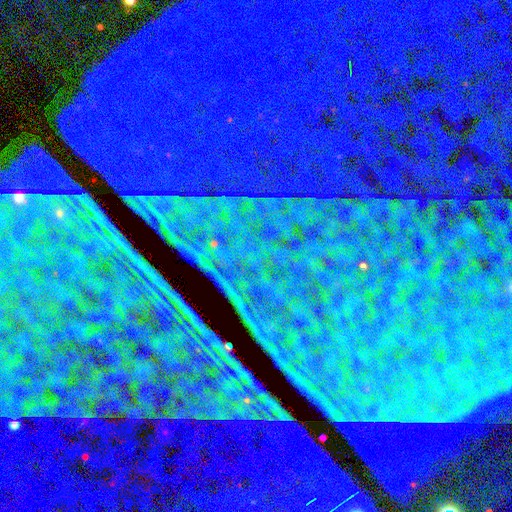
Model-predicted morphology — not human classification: star or artifact 87%, featured or disk 7%, smooth 6%.